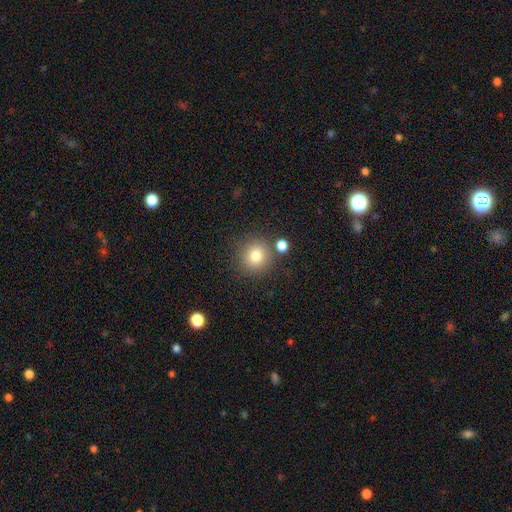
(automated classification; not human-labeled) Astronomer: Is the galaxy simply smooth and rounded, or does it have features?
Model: smooth — 79%.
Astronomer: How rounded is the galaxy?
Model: round — 92%.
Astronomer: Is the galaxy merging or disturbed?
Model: none — 79%.